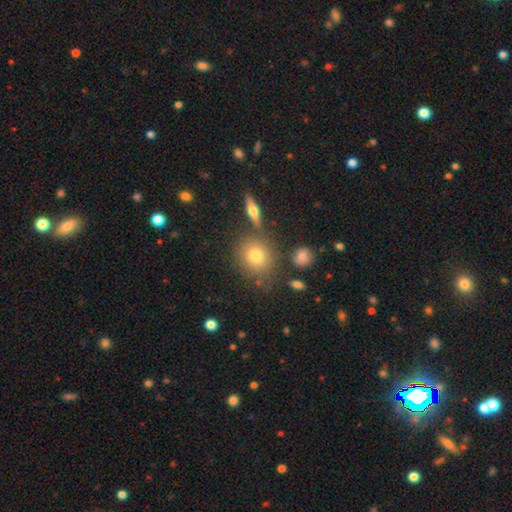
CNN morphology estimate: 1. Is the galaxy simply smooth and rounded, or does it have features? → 72% smooth, 15% featured or disk, 12% star or artifact.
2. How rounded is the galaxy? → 76% round, 22% in between, 2% cigar-shaped.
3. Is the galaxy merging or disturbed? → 76% none, 12% minor disturbance, 9% merger, 4% major disturbance.